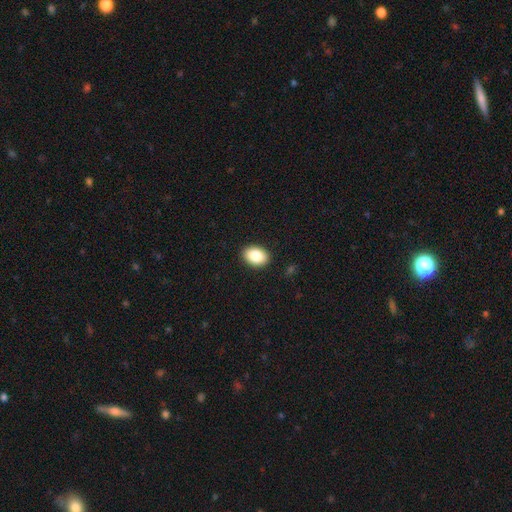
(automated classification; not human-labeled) This appears to be a smooth galaxy with no disk features (86%) that is in between round and cigar-shaped (83%). Merging: none (90%).